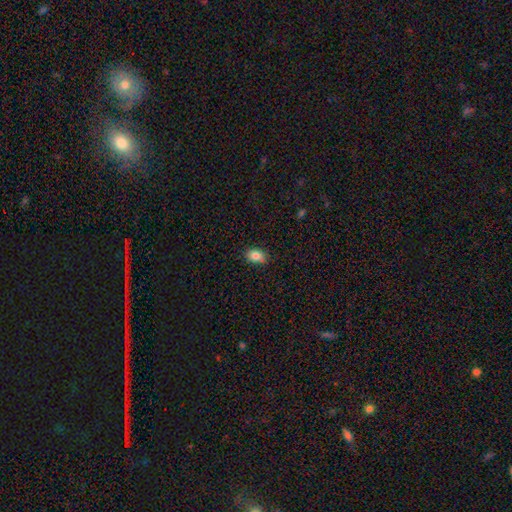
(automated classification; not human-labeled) This is clearly a smooth galaxy (84%). How rounded: clearly in between (82%). Merging: clearly none (87%).